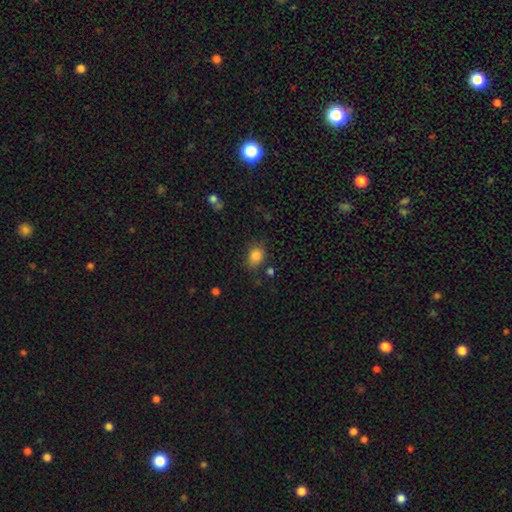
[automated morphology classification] Smooth or featured? smooth (84%)
How rounded? in between (58%)
Merging? none (75%)